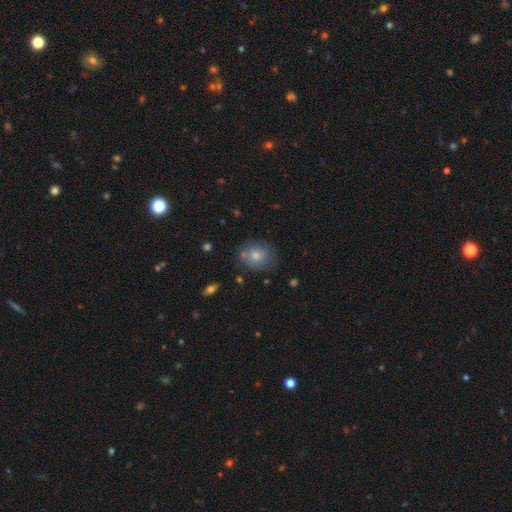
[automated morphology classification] Overall: smooth (75%). How rounded: round (68%; in between 31%). Merging: none (68%).